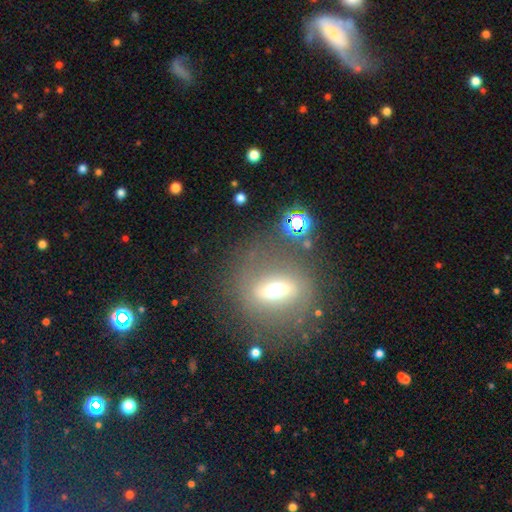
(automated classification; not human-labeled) Smooth or featured? Predicted: featured or disk (p=0.51). Edge-on disk? Predicted: no (p=0.62). Merging? Predicted: none (p=0.74).